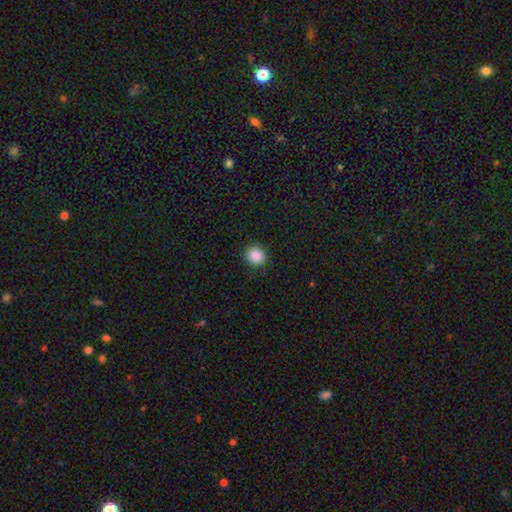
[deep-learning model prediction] A smooth galaxy with no disk features (87%) that is round (88%). Merging: none (90%).